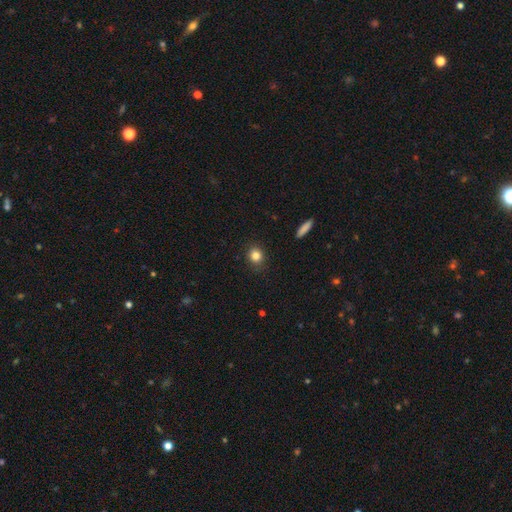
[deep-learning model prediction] Morphology: type=smooth (84%); roundness=round (77%); merging=none (87%).